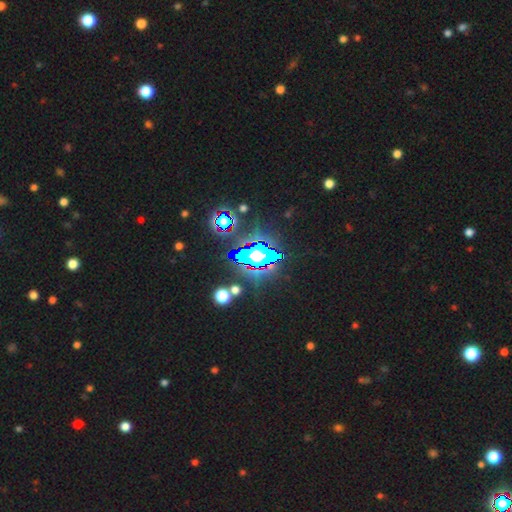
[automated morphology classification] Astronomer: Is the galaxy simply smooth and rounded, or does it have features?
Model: star or artifact — 63%.